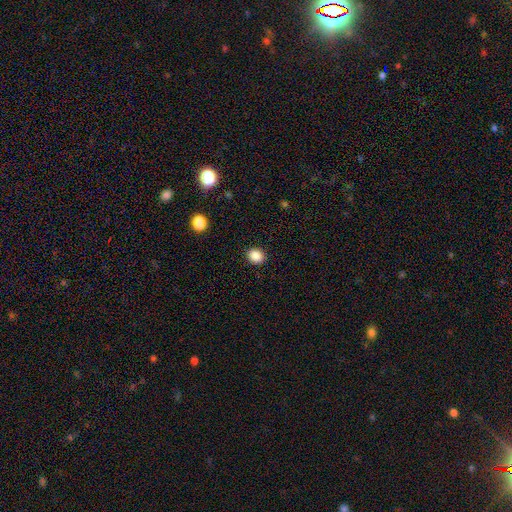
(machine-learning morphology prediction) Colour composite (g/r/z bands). It shows a smooth galaxy with no disk features (87%) that is round (63%). Merging: none (91%).